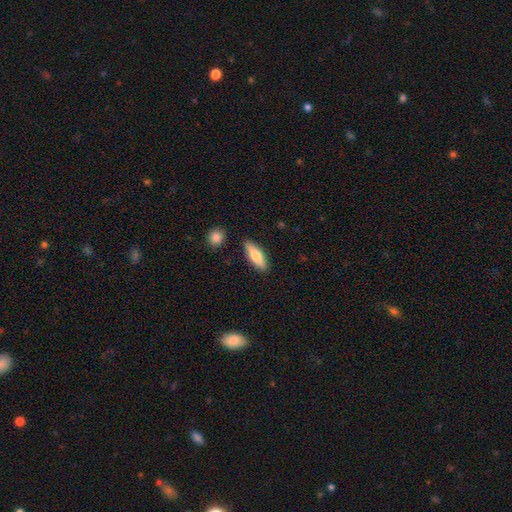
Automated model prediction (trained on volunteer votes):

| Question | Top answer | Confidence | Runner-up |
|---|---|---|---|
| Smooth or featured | smooth | 74% | featured or disk (20%) |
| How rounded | in between | 57% | cigar-shaped (41%) |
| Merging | none | 86% | minor disturbance (9%) |